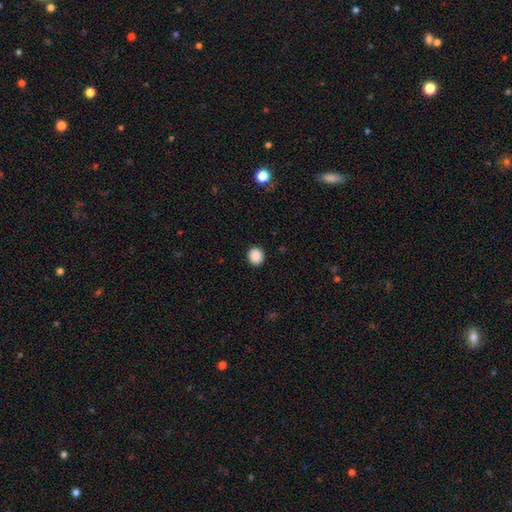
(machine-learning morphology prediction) This appears to be a smooth galaxy with no disk features (88%) that is round (83%). Merging: none (92%).